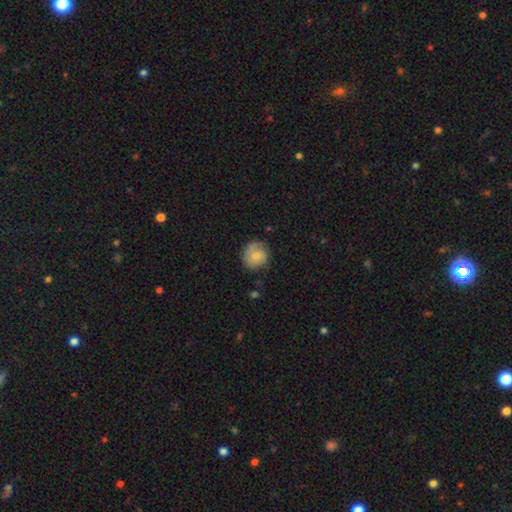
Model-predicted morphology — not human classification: Overall: smooth (61%; featured or disk 32%). How rounded: round (84%). Merging: none (73%).